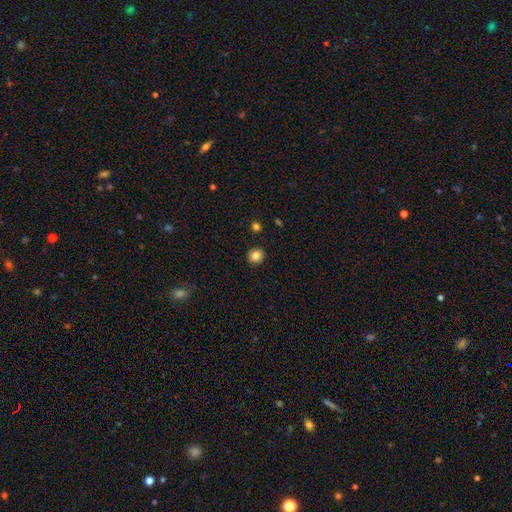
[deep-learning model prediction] Overall: smooth (84%). How rounded: round (89%). Merging: none (91%).